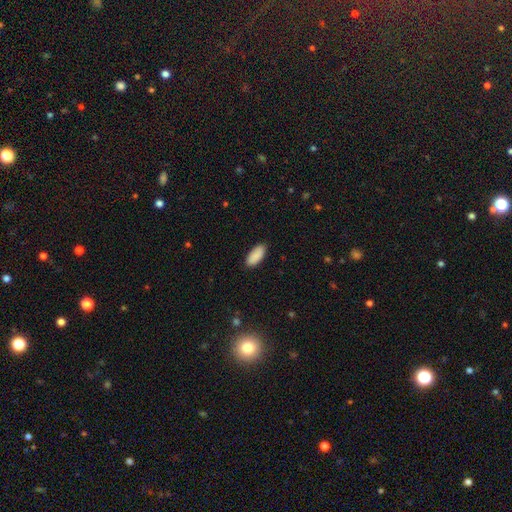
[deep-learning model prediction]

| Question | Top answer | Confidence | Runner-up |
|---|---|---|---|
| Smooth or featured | smooth | 90% | star or artifact (6%) |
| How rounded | in between | 89% | cigar-shaped (10%) |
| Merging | none | 88% | minor disturbance (9%) |